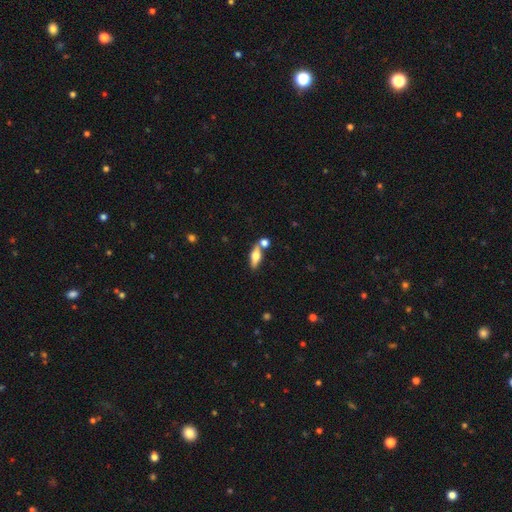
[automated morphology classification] type=smooth (51%); roundness=in between (60%); merging=none (64%).